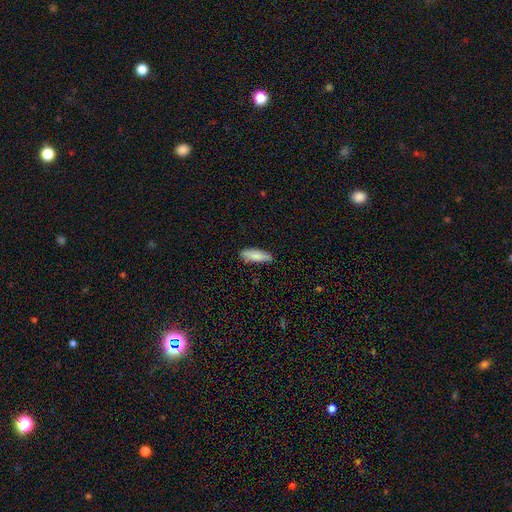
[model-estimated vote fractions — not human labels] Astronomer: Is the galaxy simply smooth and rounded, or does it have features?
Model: smooth — 84%.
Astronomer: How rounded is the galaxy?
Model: cigar-shaped — 51% (runner-up: in between, 47%).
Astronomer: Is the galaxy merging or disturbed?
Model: none — 83%.